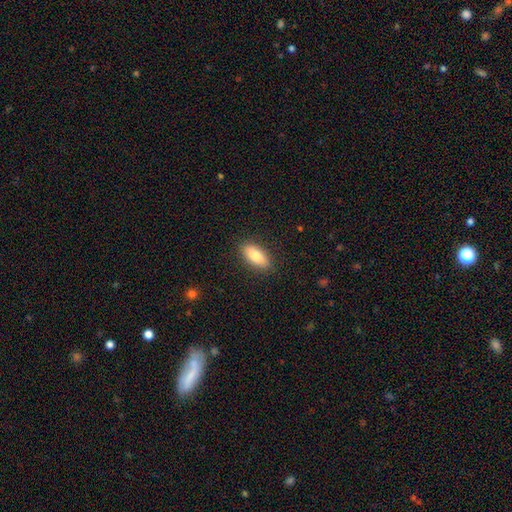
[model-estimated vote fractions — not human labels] Smooth or featured? Predicted: smooth (p=0.80). How rounded? Predicted: in between (p=0.81). Merging? Predicted: none (p=0.87).